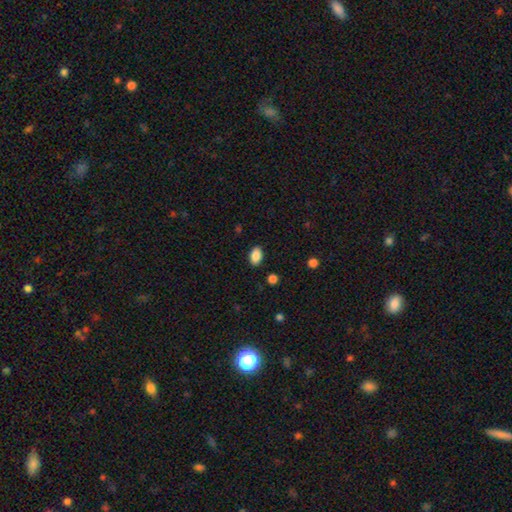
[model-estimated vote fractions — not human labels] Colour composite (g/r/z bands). It shows a smooth galaxy with no disk features (87%) that is in between round and cigar-shaped (88%). Merging: none (87%).